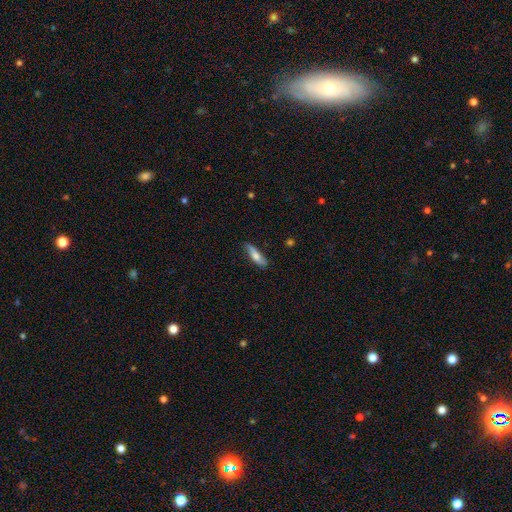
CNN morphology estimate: smooth_or_featured: smooth (p=0.67) [alt: featured or disk p=0.27]
how_rounded: cigar-shaped (p=0.56) [alt: in between p=0.42]
merging: none (p=0.76) [alt: minor disturbance p=0.19]